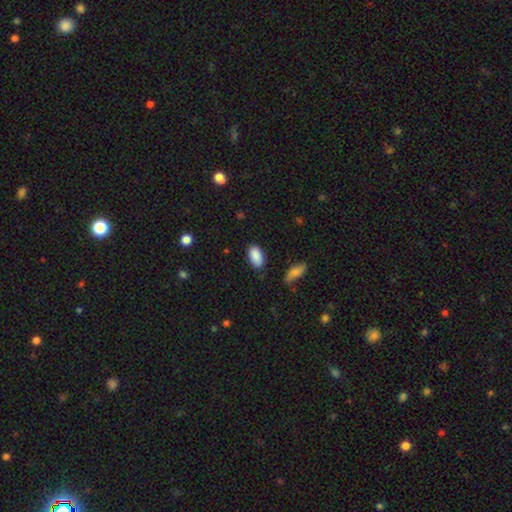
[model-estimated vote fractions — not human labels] A smooth galaxy with no disk features (88%) that is in between round and cigar-shaped (94%).

Vote fractions:
- Smooth or featured? smooth: 88% / star or artifact: 7% / featured or disk: 4%
- How rounded? in between: 94% / round: 3% / cigar-shaped: 3%
- Merging? none: 83% / minor disturbance: 12% / major disturbance: 3% / merger: 2%